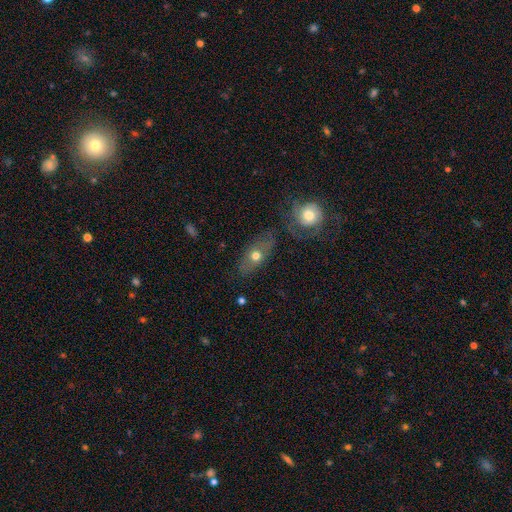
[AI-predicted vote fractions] This appears to be a smooth galaxy with no disk features (52%) that is in between round and cigar-shaped (67%). Merging: none (68%).